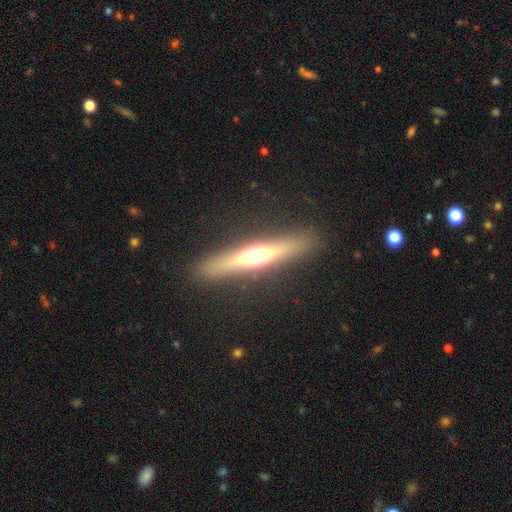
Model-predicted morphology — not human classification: This is likely a featured or disk galaxy (62%). It is clearly viewed edge-on (94%). Edge-on bulge: clearly rounded (90%). Merging: clearly none (89%).